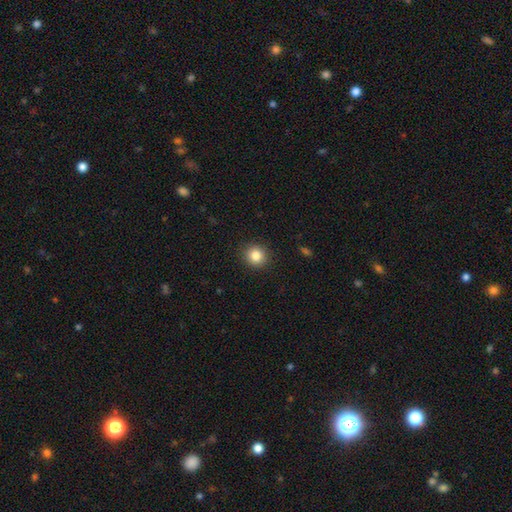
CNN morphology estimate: Q: Smooth or featured?
A: smooth (85%); runner-up: star or artifact (10%)
Q: How rounded?
A: round (89%); runner-up: in between (10%)
Q: Merging?
A: none (91%); runner-up: minor disturbance (6%)